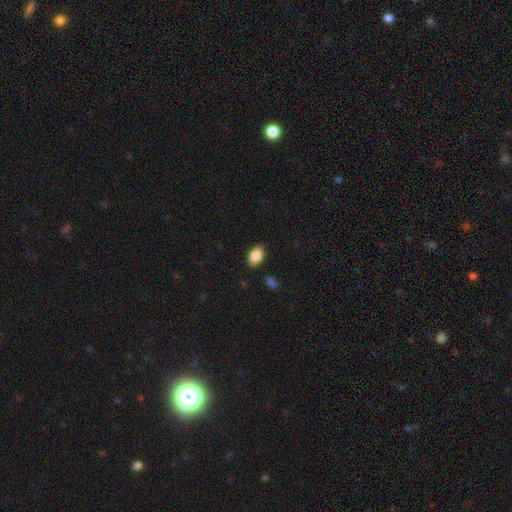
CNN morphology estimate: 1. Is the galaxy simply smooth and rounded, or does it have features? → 87% smooth, 7% star or artifact, 6% featured or disk.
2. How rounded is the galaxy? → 91% in between, 8% round, 1% cigar-shaped.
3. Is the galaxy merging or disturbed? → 88% none, 9% minor disturbance, 2% major disturbance, 1% merger.